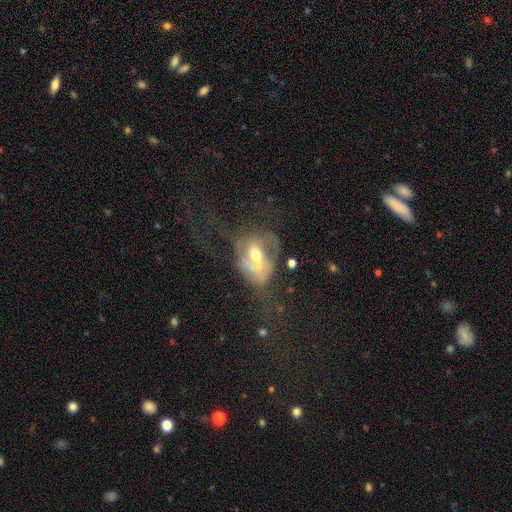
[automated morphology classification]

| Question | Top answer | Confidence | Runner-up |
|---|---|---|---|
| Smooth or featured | featured or disk | 59% | smooth (30%) |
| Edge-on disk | no | 93% | yes (7%) |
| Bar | no | 60% | weak (28%) |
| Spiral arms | no | 71% | yes (29%) |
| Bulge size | moderate | 64% | small (22%) |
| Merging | major disturbance | 42% | merger (25%) |